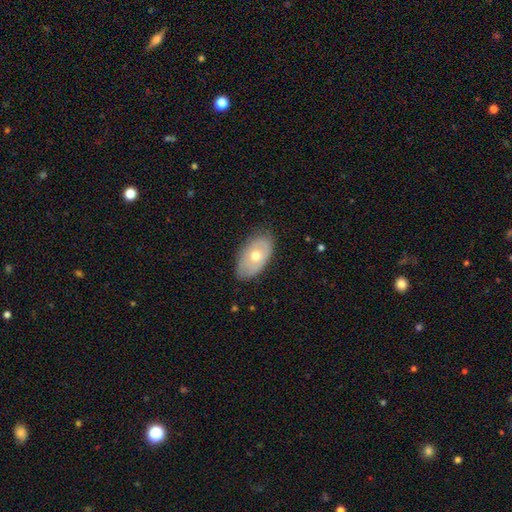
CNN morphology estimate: The model was most divided on "smooth or featured": smooth: 55%, featured or disk: 39%, star or artifact: 6%. More confident: how rounded — in between (92%); merging — none (77%).